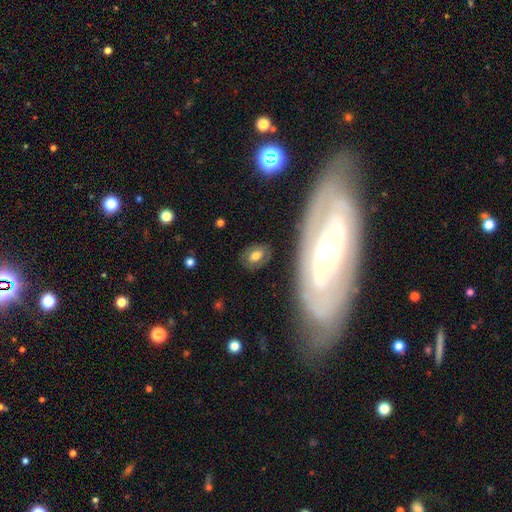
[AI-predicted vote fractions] Morphology: type=smooth (69%); roundness=in between (77%); merging=none (81%).